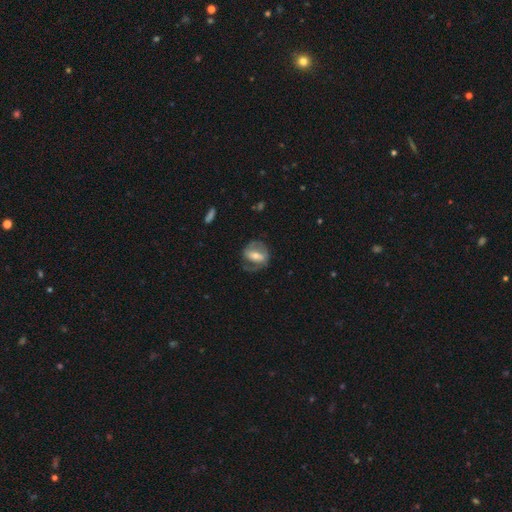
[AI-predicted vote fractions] Q: Smooth or featured?
A: featured or disk (69%); runner-up: smooth (25%)
Q: Edge-on disk?
A: no (95%); runner-up: yes (5%)
Q: Bar?
A: strong (45%); runner-up: weak (36%)
Q: Spiral arms?
A: yes (77%); runner-up: no (23%)
Q: Bulge size?
A: moderate (58%); runner-up: small (34%)
Q: Merging?
A: none (61%); runner-up: minor disturbance (20%)